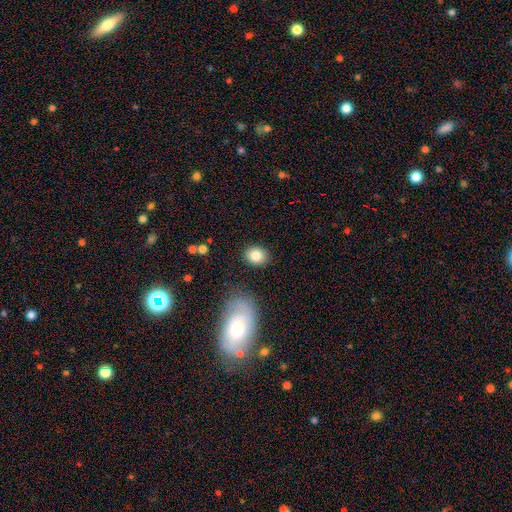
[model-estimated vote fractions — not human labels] Smooth or featured? Predicted: smooth (p=0.84). How rounded? Predicted: round (p=0.58). Merging? Predicted: none (p=0.85).